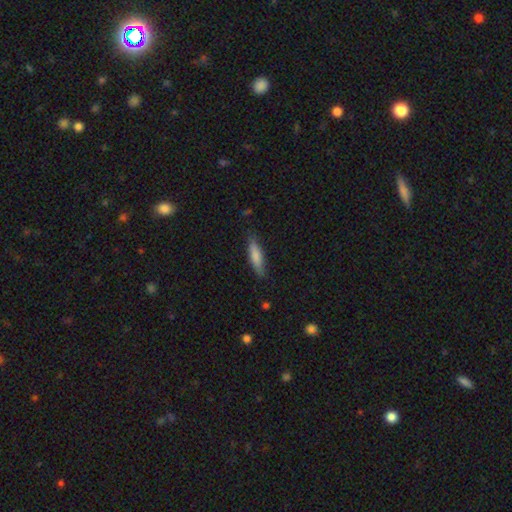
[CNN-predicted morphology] smooth 77%, featured or disk 17%, star or artifact 6%. Down the decision tree: how rounded — cigar-shaped (72%); merging — none (82%).